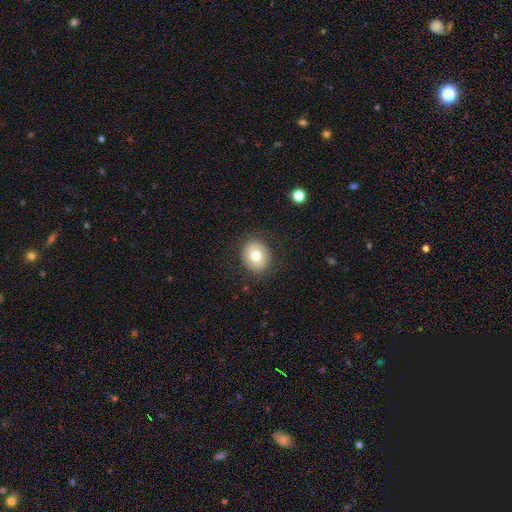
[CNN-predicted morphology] A smooth galaxy with no disk features (75%) that is round (72%).

Vote fractions:
- Smooth or featured? smooth: 75% / featured or disk: 16% / star or artifact: 9%
- How rounded? round: 72% / in between: 28% / cigar-shaped: 1%
- Merging? none: 86% / minor disturbance: 9% / major disturbance: 3% / merger: 1%